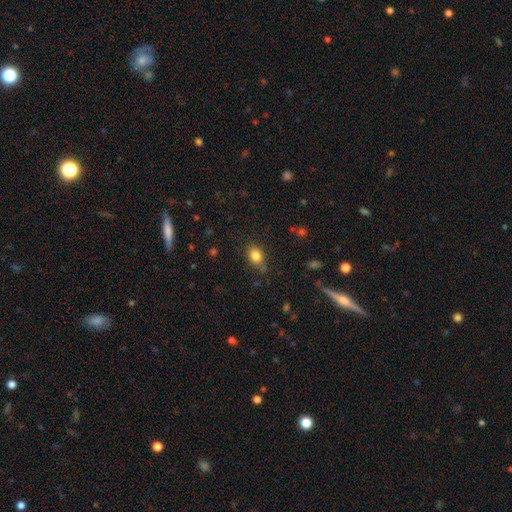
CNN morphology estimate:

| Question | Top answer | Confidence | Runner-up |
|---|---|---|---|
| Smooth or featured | smooth | 83% | star or artifact (11%) |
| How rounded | in between | 53% | round (46%) |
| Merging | none | 75% | minor disturbance (17%) |